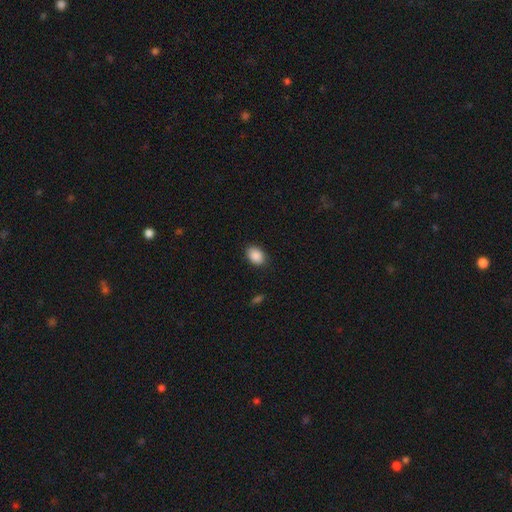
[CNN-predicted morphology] type=smooth (90%); roundness=in between (80%); merging=none (86%).